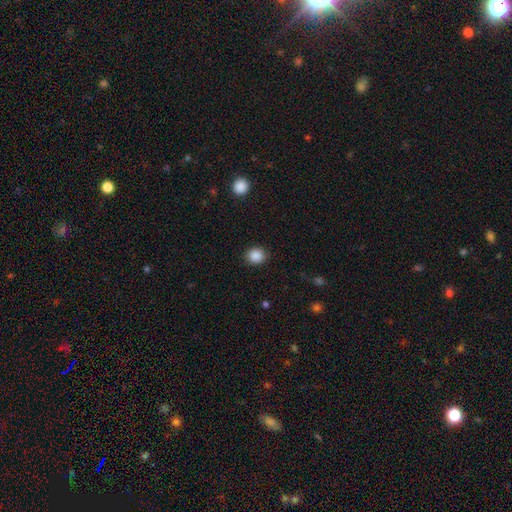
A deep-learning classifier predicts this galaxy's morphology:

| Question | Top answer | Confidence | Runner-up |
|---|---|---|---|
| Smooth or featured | smooth | 88% | star or artifact (9%) |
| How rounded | round | 77% | in between (22%) |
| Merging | none | 89% | minor disturbance (8%) |